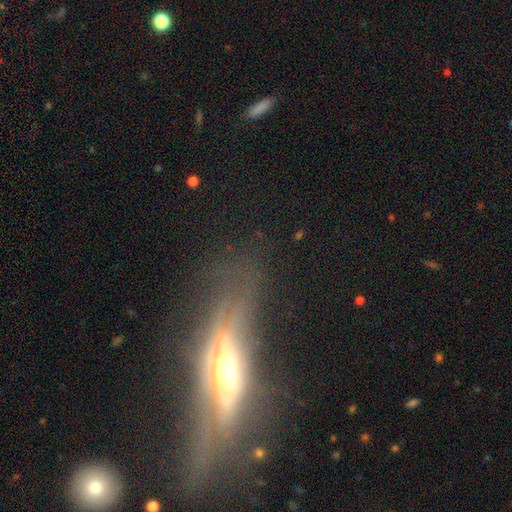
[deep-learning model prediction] A featured or disk galaxy (66%) viewed edge-on (66%). Merging: none (58%).